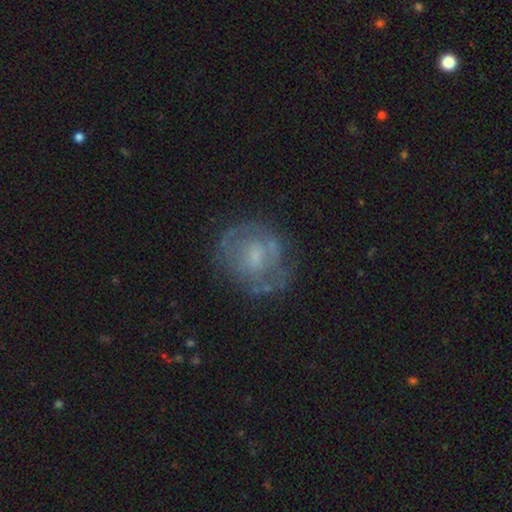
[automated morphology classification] A featured or disk galaxy (61%) with no bar (58%), no spiral arms (52%) and a small central bulge (41%). Merging: none (66%).